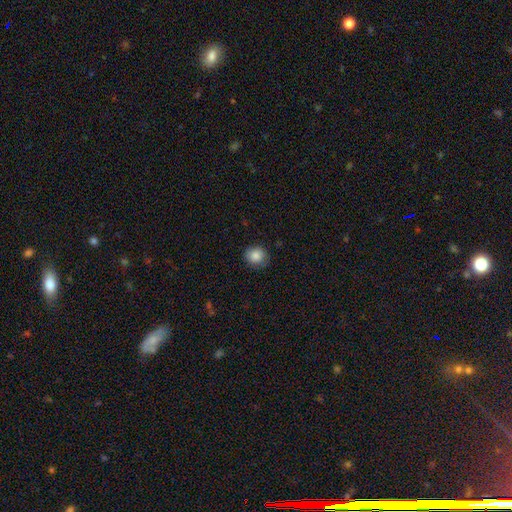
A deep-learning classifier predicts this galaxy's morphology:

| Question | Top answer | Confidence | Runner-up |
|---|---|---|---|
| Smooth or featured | smooth | 86% | star or artifact (9%) |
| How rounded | round | 81% | in between (18%) |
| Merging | none | 82% | minor disturbance (14%) |